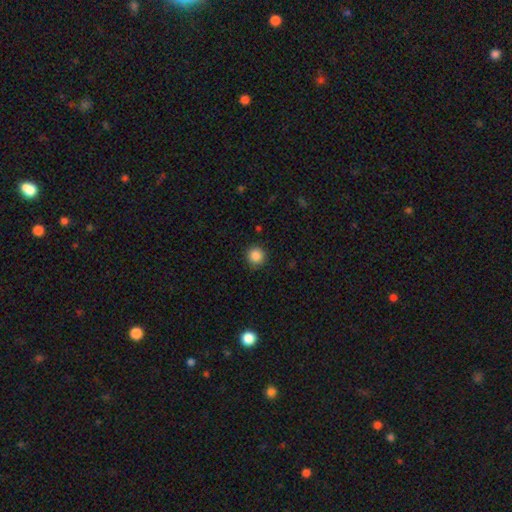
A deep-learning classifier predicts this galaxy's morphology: type=smooth (87%); roundness=round (94%); merging=none (89%).